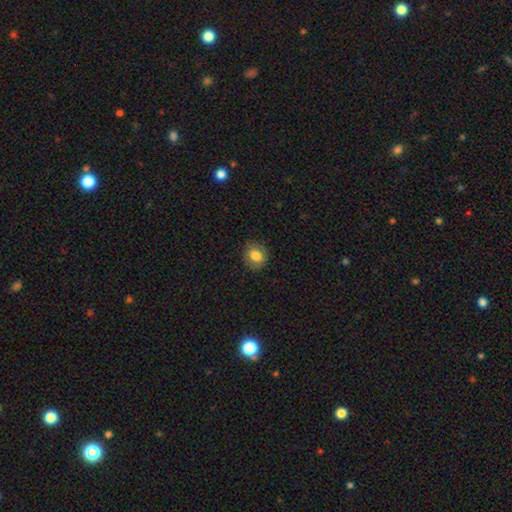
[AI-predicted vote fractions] A smooth galaxy with no disk features (80%) that is round (69%). Merging: none (82%).